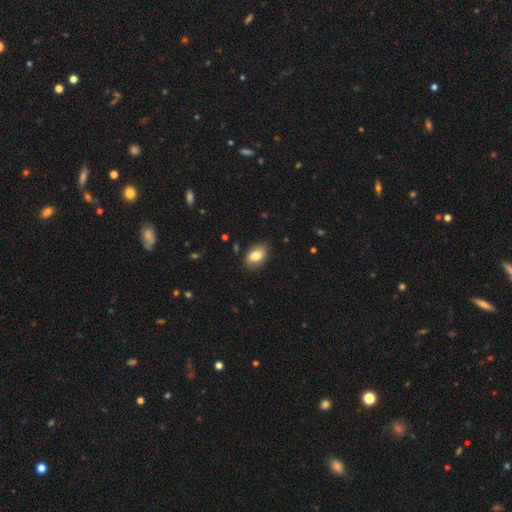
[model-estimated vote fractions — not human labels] smooth_or_featured: smooth (p=0.79) [alt: featured or disk p=0.14]
how_rounded: in between (p=0.89) [alt: round p=0.10]
merging: none (p=0.86) [alt: minor disturbance p=0.11]